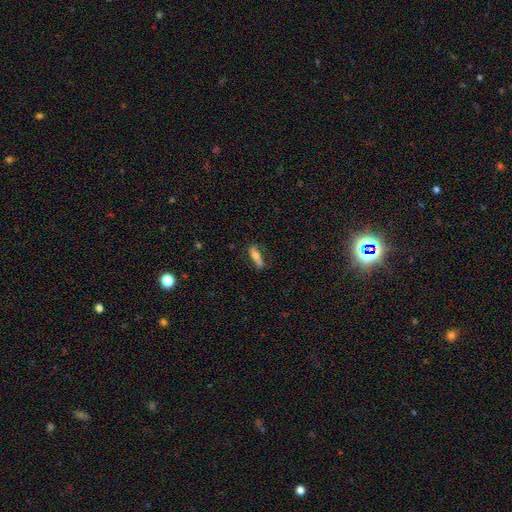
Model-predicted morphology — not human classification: Q: Smooth or featured?
A: smooth (55%); runner-up: featured or disk (38%)
Q: How rounded?
A: cigar-shaped (52%); runner-up: in between (45%)
Q: Merging?
A: none (72%); runner-up: minor disturbance (19%)